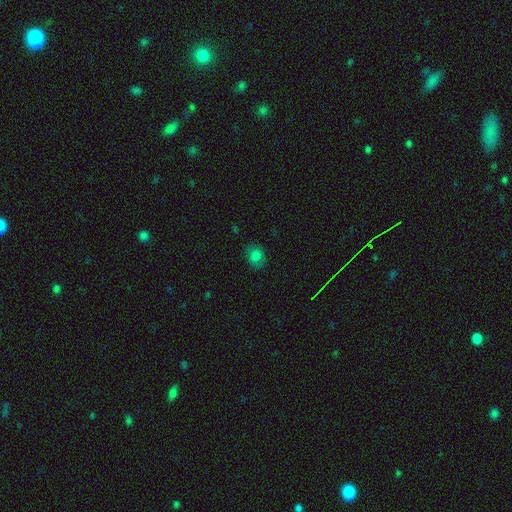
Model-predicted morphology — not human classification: Q: Smooth or featured?
A: smooth (75%); runner-up: star or artifact (12%)
Q: How rounded?
A: round (53%); runner-up: in between (46%)
Q: Merging?
A: none (82%); runner-up: minor disturbance (13%)